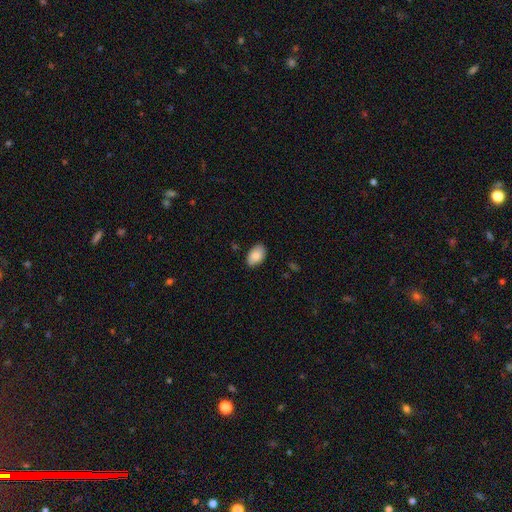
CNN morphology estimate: The model was most divided on "merging": none: 84%, minor disturbance: 12%, major disturbance: 2%, merger: 1%. More confident: how rounded — in between (91%); smooth or featured — smooth (85%).